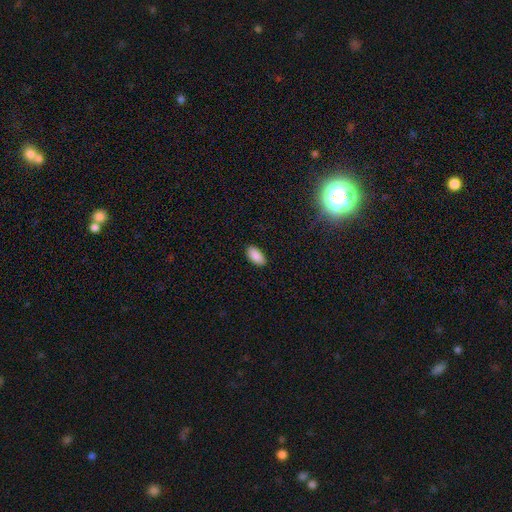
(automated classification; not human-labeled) Smooth or featured? smooth (88%)
How rounded? in between (93%)
Merging? none (89%)